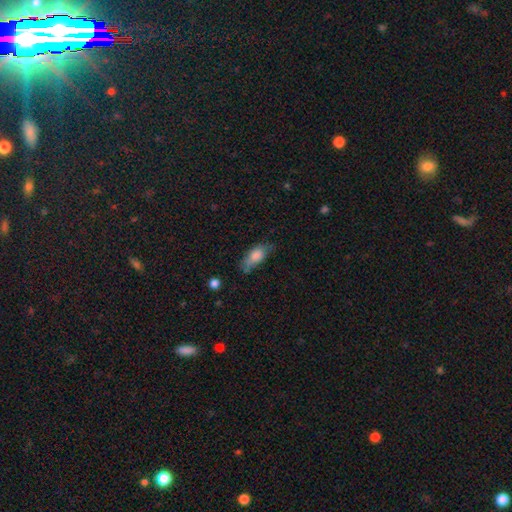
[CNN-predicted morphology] This is likely a smooth galaxy (78%). How rounded: clearly in between (82%). Merging: possibly none (57%).